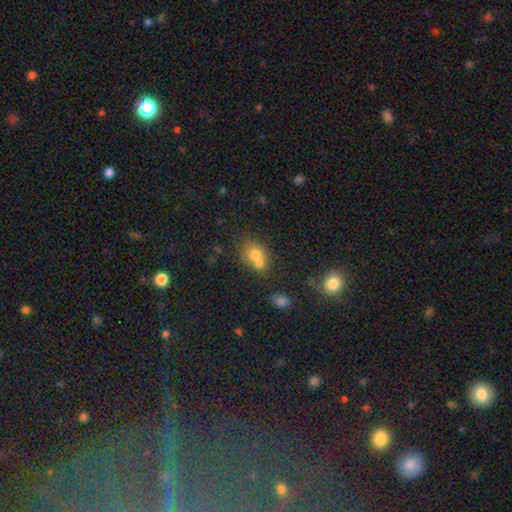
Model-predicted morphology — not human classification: Smooth or featured?
  - smooth: 71% *
  - star or artifact: 15%
  - featured or disk: 14%
How rounded?
  - round: 61% *
  - in between: 38%
  - cigar-shaped: 1%
Merging?
  - merger: 51% *
  - none: 36%
  - minor disturbance: 9%
  - major disturbance: 4%